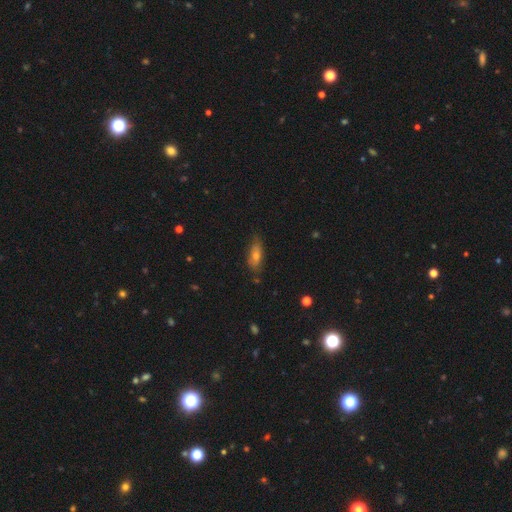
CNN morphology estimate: Smooth or featured? Predicted: smooth (p=0.58). How rounded? Predicted: in between (p=0.67). Merging? Predicted: none (p=0.73).